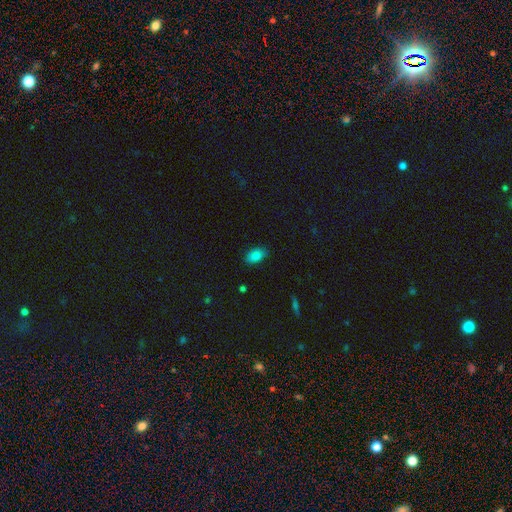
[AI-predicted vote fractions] Smooth or featured? Predicted: smooth (p=0.83). How rounded? Predicted: in between (p=0.91). Merging? Predicted: none (p=0.84).